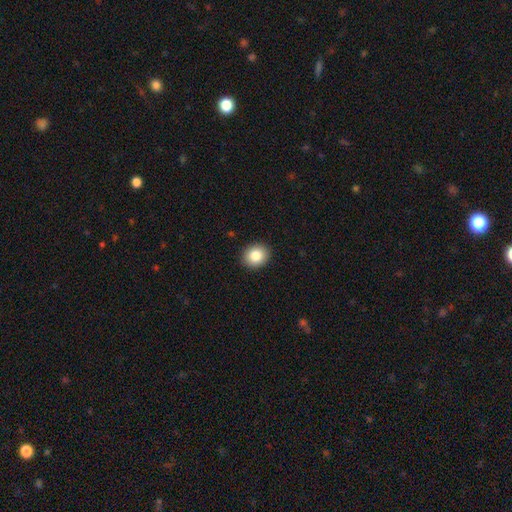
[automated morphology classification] Q: Smooth or featured?
A: smooth (85%); runner-up: star or artifact (9%)
Q: How rounded?
A: round (73%); runner-up: in between (26%)
Q: Merging?
A: none (92%); runner-up: minor disturbance (6%)